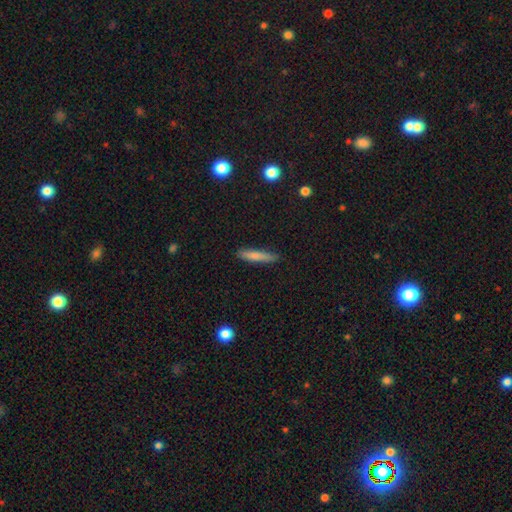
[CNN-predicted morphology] The model was most divided on "smooth or featured": smooth: 78%, featured or disk: 15%, star or artifact: 7%. More confident: how rounded — cigar-shaped (89%); merging — none (84%).